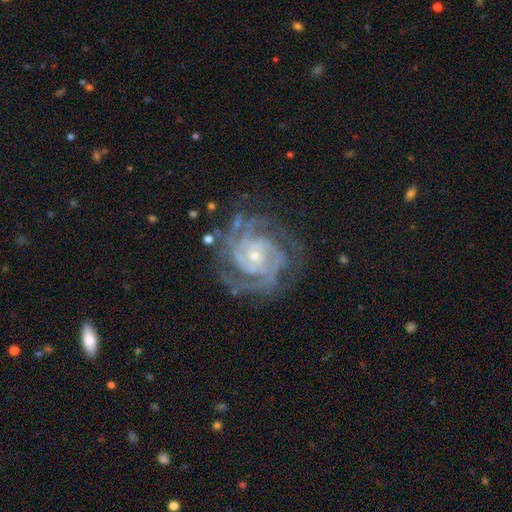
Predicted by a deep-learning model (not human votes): Morphology: type=featured or disk (90%); edge-on=no (98%); bar=no (64%); spiral arms=yes (98%); winding=tight (75%); arm count=3 (27%); bulge=small (72%); merging=none (76%).